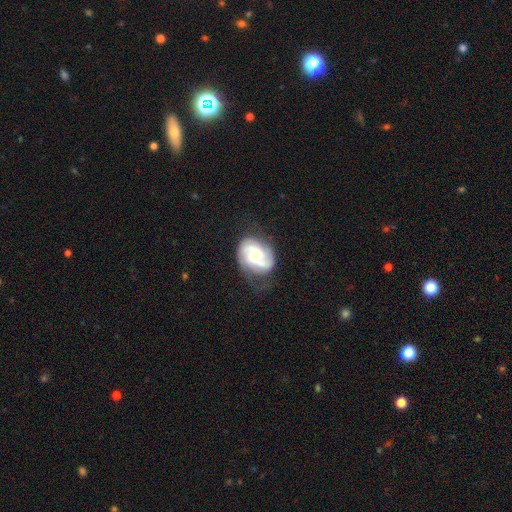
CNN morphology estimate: This appears to be a featured or disk galaxy (78%) with no bar (46%), 2 (66%) medium (45%) spiral arms (95%) and a moderate central bulge (49%). Merging: none (60%).